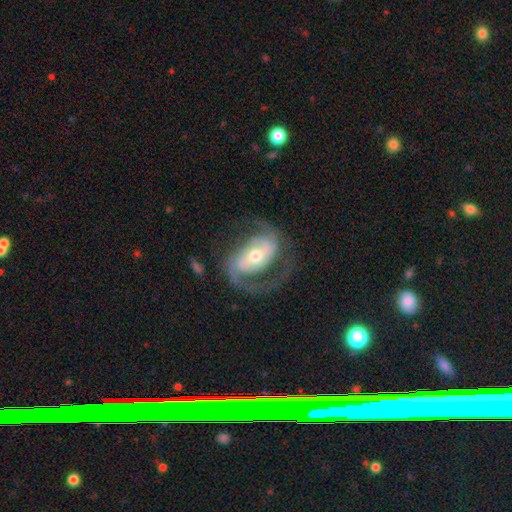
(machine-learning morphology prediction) smooth-or-featured: featured or disk: 87% | smooth: 8% | star or artifact: 5%
  disk-edge-on: no: 96% | yes: 4%
    bar: strong: 43% | weak: 35% | no: 23%
    has-spiral-arms: yes: 94% | no: 6%
      spiral-winding: medium: 53% | tight: 24% | loose: 23%
      spiral-arm-count: 2: 85% | 1: 7% | can't tell: 5% | 3: 2% | 4: 1% | more than 4: 1%
    bulge-size: moderate: 56% | small: 37% | large: 5% | dominant: 1% | none: 1%
  merging: none: 66% | major disturbance: 17% | minor disturbance: 16% | merger: 2%